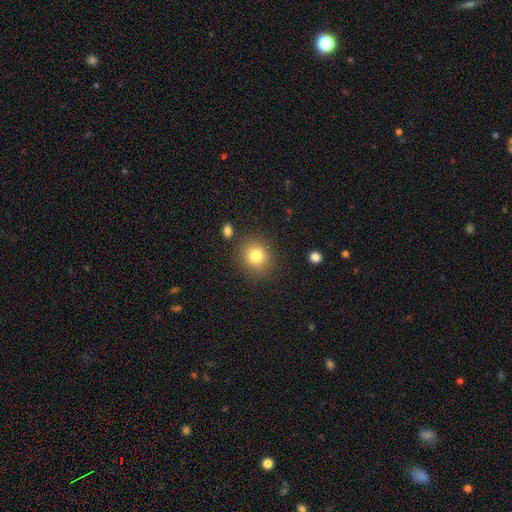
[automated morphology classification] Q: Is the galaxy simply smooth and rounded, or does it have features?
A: smooth — 82%.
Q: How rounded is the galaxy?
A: round — 82%.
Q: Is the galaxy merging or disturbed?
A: none — 84%.